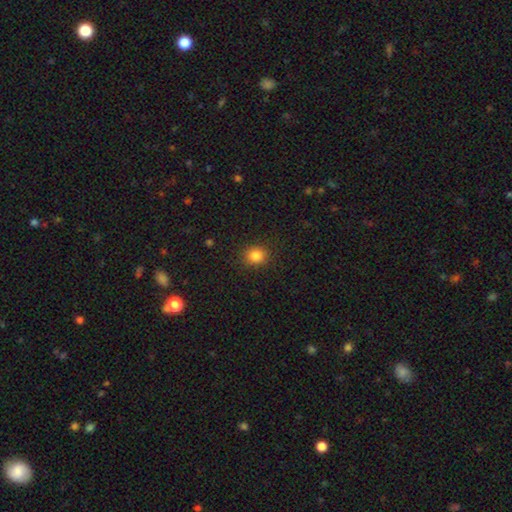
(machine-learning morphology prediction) Overall: smooth (83%). How rounded: round (78%). Merging: none (90%).